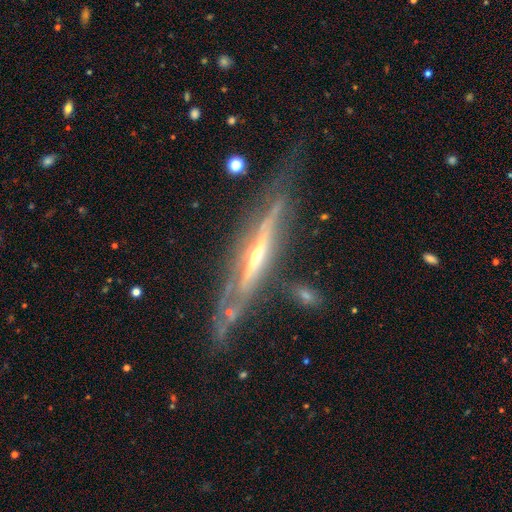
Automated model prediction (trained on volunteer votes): smooth-or-featured: featured or disk: 86% | smooth: 8% | star or artifact: 6%
  disk-edge-on: yes: 89% | no: 11%
    edge-on-bulge: rounded: 71% | none: 24% | boxy: 6%
  merging: none: 65% | minor disturbance: 22% | major disturbance: 9% | merger: 4%